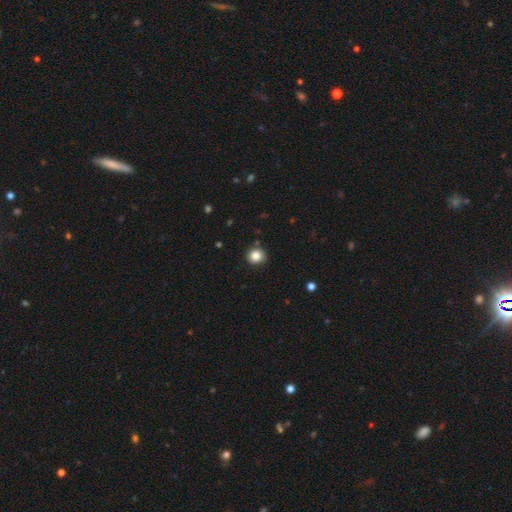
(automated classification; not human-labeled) Smooth or featured? smooth (84%)
How rounded? round (88%)
Merging? none (88%)